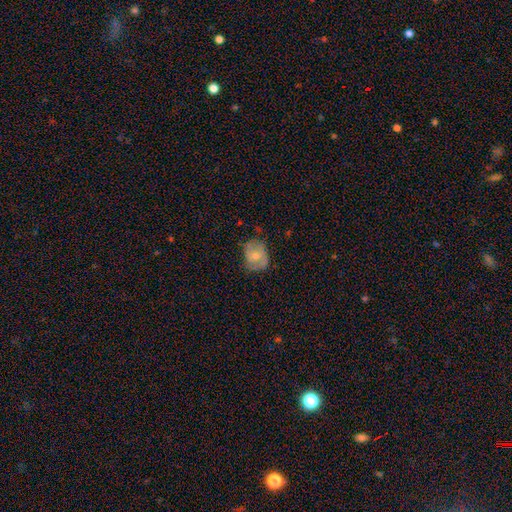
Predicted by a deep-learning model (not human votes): Smooth or featured? Predicted: smooth (p=0.52). How rounded? Predicted: round (p=0.52). Merging? Predicted: none (p=0.57).